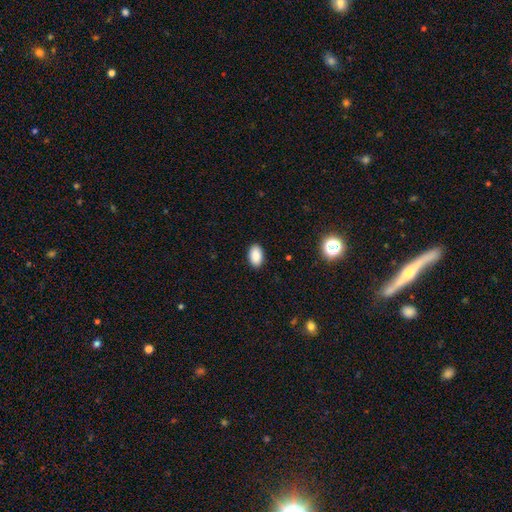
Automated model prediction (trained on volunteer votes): Overall: smooth (90%). How rounded: in between (93%). Merging: none (90%).